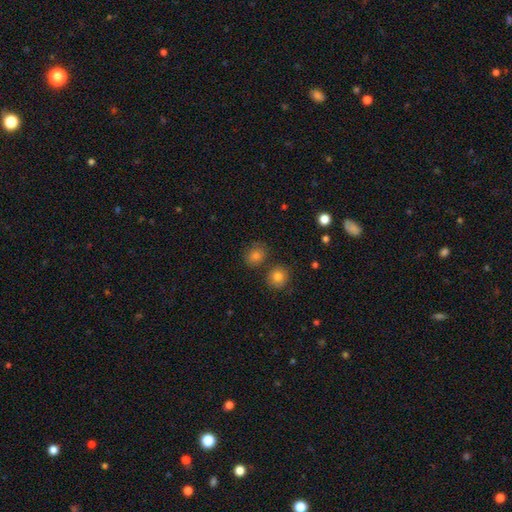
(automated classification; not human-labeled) smooth_or_featured: smooth (p=0.79) [alt: star or artifact p=0.14]
how_rounded: round (p=0.66) [alt: in between p=0.33]
merging: none (p=0.74) [alt: minor disturbance p=0.11]